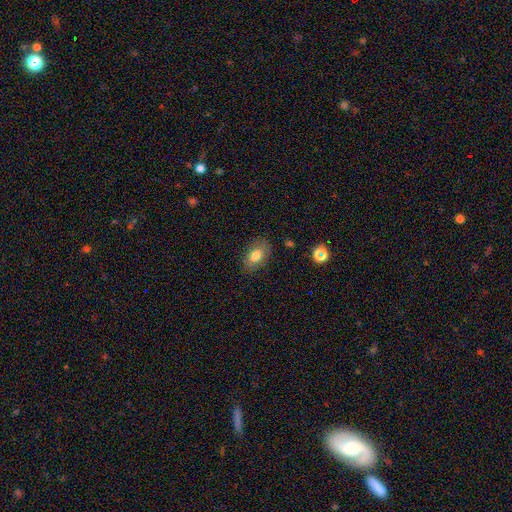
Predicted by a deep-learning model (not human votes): Morphology: type=smooth (78%); roundness=in between (87%); merging=none (81%).